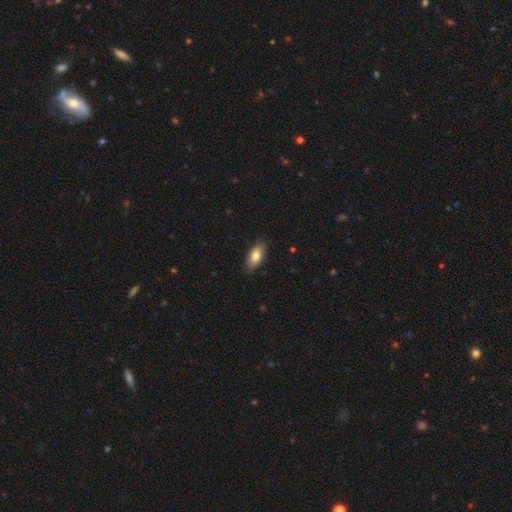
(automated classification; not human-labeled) Smooth or featured? Predicted: smooth (p=0.81). How rounded? Predicted: in between (p=0.88). Merging? Predicted: none (p=0.88).